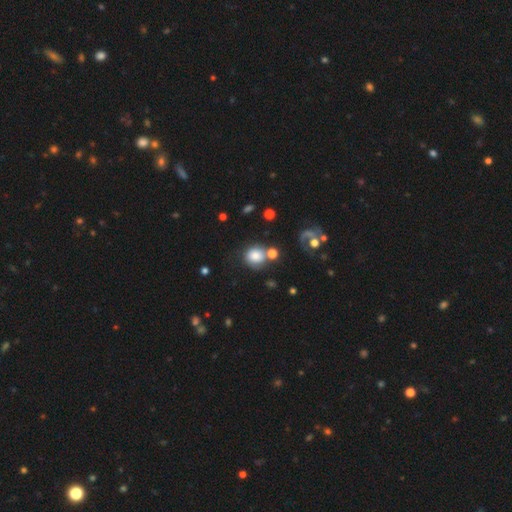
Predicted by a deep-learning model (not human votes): A smooth galaxy with no disk features (74%) that is round (83%). Merging: none (57%).